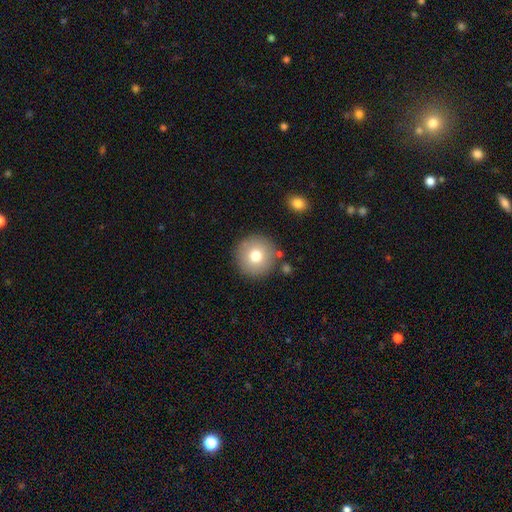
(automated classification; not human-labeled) Smooth or featured?
  - smooth: 75% *
  - featured or disk: 15%
  - star or artifact: 10%
How rounded?
  - round: 96% *
  - in between: 3%
  - cigar-shaped: 1%
Merging?
  - none: 86% *
  - minor disturbance: 7%
  - merger: 4%
  - major disturbance: 3%